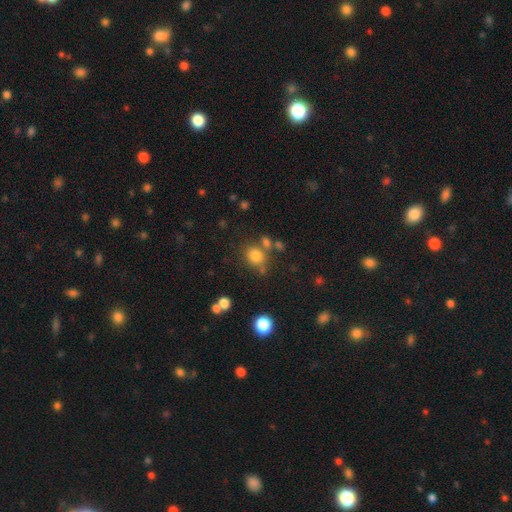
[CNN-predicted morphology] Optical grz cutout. It shows a smooth galaxy with no disk features (79%) that is round (73%). Merging: none (65%).